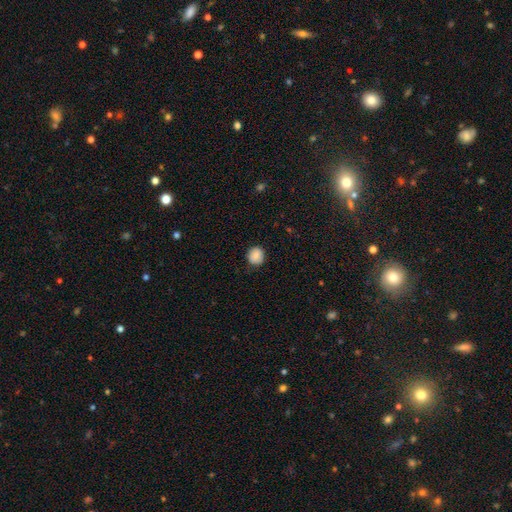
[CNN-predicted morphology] A smooth galaxy with no disk features (86%) that is round (87%).

Vote fractions:
- Smooth or featured? smooth: 86% / star or artifact: 8% / featured or disk: 6%
- How rounded? round: 87% / in between: 12% / cigar-shaped: 1%
- Merging? none: 83% / minor disturbance: 13% / major disturbance: 3% / merger: 1%